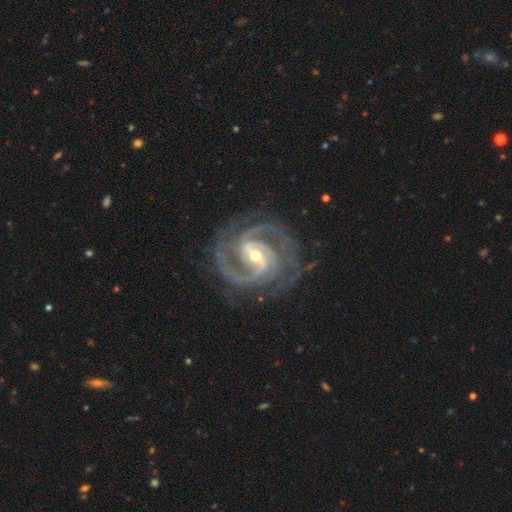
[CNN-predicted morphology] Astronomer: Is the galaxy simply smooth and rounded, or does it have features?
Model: featured or disk — 94%.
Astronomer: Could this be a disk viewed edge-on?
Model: no — 98%.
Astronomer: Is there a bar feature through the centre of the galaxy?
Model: weak — 45% (runner-up: strong, 37%).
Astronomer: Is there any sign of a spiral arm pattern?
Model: yes — 99%.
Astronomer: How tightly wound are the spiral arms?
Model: medium — 47%, tied with tight at 47%.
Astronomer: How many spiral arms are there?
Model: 2 — 44% (runner-up: 3, 32%).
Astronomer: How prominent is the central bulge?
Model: moderate — 52% (runner-up: small, 43%).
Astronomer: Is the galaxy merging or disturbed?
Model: none — 76%.